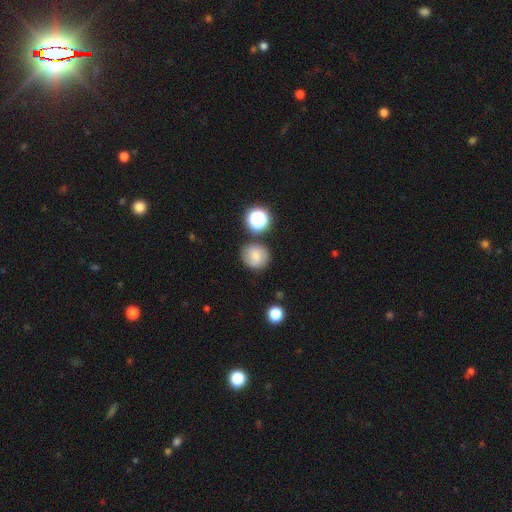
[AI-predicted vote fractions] Smooth or featured? smooth (62%)
How rounded? round (86%)
Merging? none (76%)